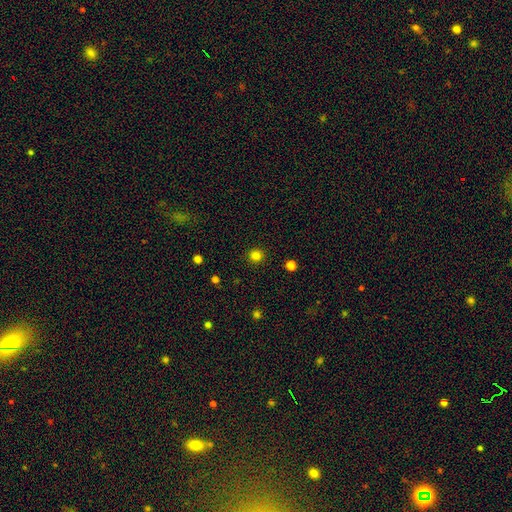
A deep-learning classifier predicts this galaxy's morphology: Smooth or featured: smooth — 83% (star or artifact — 14%)
How rounded: round — 92% (in between — 7%)
Merging: none — 91% (minor disturbance — 5%)